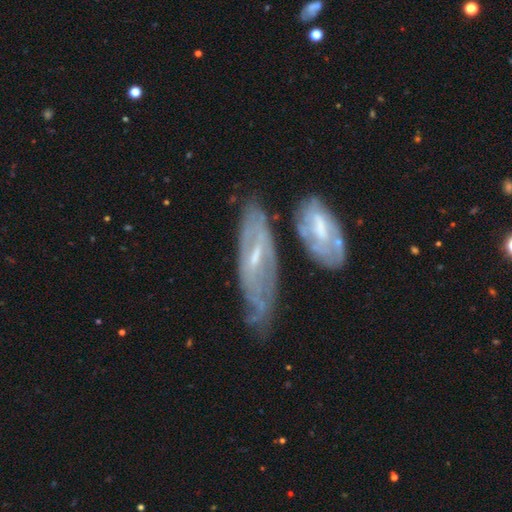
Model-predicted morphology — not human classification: featured or disk 74%, smooth 18%, star or artifact 7%. Down the decision tree: edge-on disk — no (77%); bar — weak (47%); spiral arms — yes (73%); bulge size — small (56%); merging — none (53%).